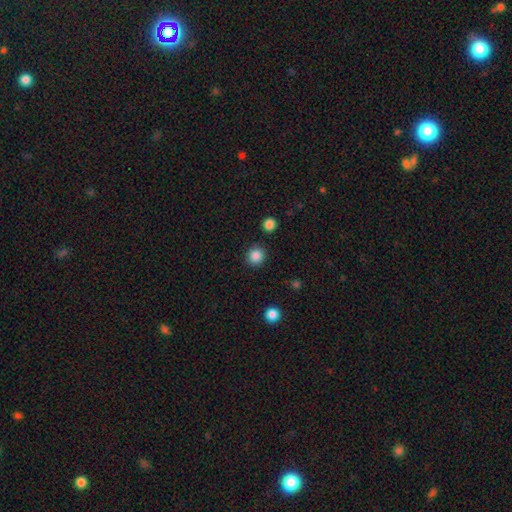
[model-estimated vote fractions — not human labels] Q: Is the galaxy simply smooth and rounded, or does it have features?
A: smooth — 86%.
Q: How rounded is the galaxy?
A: round — 90%.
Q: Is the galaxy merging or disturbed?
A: none — 90%.